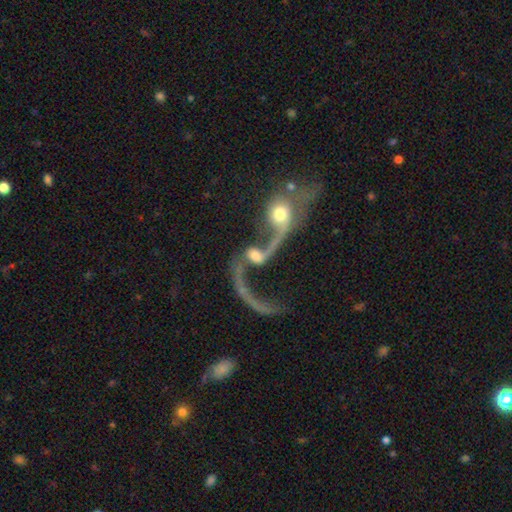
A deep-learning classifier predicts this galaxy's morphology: Smooth or featured? Predicted: featured or disk (p=0.75). Edge-on disk? Predicted: no (p=0.93). Bar? Predicted: no (p=0.57). Spiral arms? Predicted: yes (p=0.83). Spiral winding? Predicted: loose (p=0.93). Spiral arm count? Predicted: 2 (p=0.75). Bulge size? Predicted: moderate (p=0.48). Merging? Predicted: merger (p=0.69).